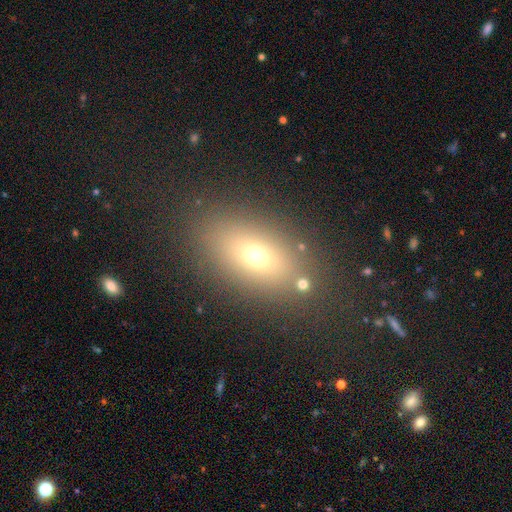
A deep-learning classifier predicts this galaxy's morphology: Q: Smooth or featured?
A: smooth (66%); runner-up: star or artifact (18%)
Q: How rounded?
A: in between (78%); runner-up: round (16%)
Q: Merging?
A: none (81%); runner-up: minor disturbance (9%)